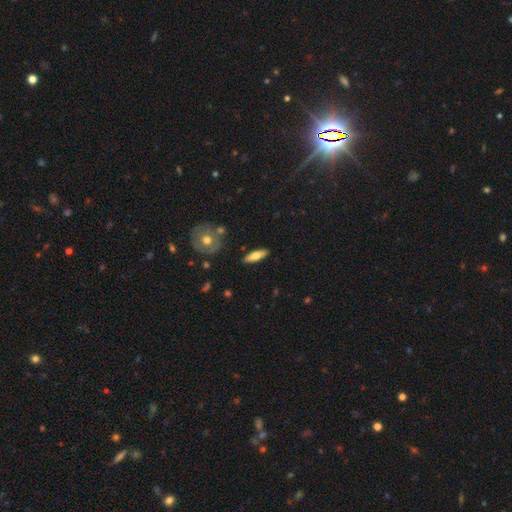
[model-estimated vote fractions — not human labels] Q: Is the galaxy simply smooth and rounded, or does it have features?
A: smooth — 62%.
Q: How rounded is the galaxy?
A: cigar-shaped — 57%.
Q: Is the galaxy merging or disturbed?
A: none — 87%.